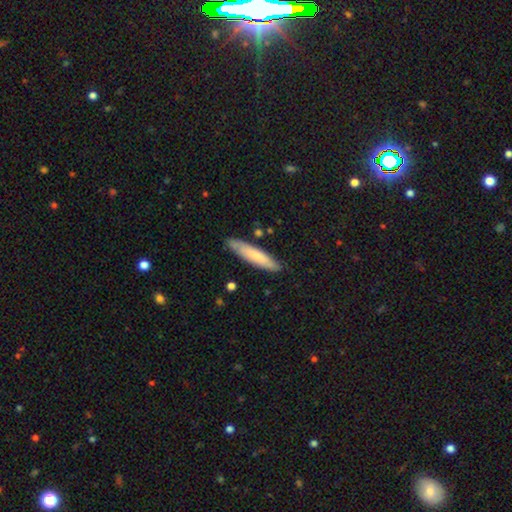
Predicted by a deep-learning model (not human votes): A smooth galaxy with no disk features (71%) that is cigar-shaped (83%).

Vote fractions:
- Smooth or featured? smooth: 71% / featured or disk: 23% / star or artifact: 5%
- How rounded? cigar-shaped: 83% / in between: 16% / round: 1%
- Merging? none: 84% / minor disturbance: 12% / major disturbance: 2% / merger: 2%